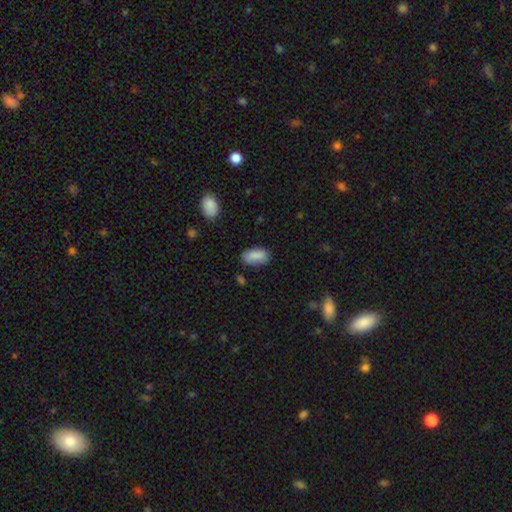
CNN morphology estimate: smooth-or-featured: smooth: 87% | star or artifact: 7% | featured or disk: 6%
  how-rounded: in between: 92% | cigar-shaped: 5% | round: 3%
  merging: none: 74% | minor disturbance: 20% | major disturbance: 4% | merger: 2%